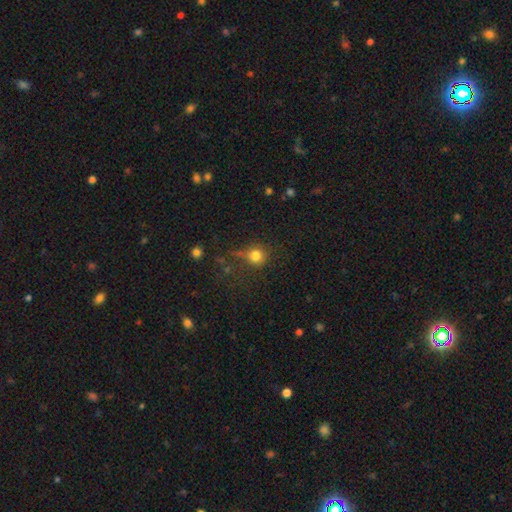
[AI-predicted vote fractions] smooth 80%, star or artifact 14%, featured or disk 6%. Down the decision tree: how rounded — round (90%); merging — none (68%).